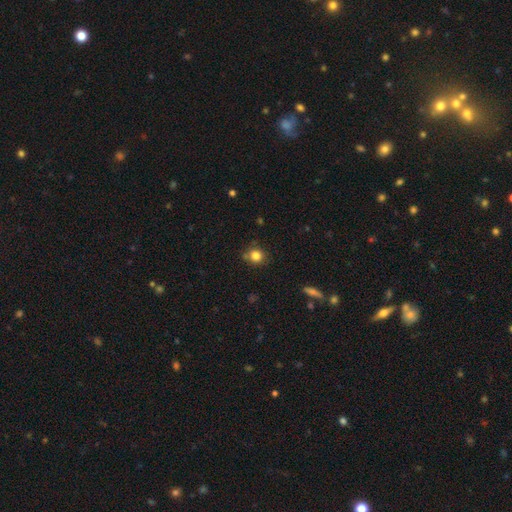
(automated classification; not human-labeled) Smooth or featured?
  - smooth: 82% *
  - star or artifact: 12%
  - featured or disk: 6%
How rounded?
  - round: 83% *
  - in between: 16%
  - cigar-shaped: 1%
Merging?
  - none: 78% *
  - minor disturbance: 14%
  - merger: 5%
  - major disturbance: 3%